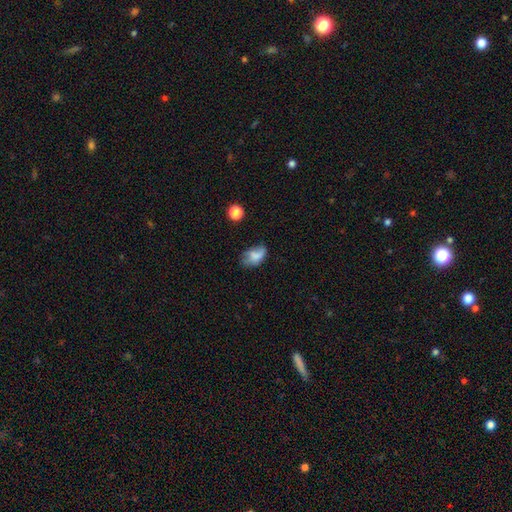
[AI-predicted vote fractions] smooth 64%, featured or disk 25%, star or artifact 11%. Down the decision tree: how rounded — in between (85%); merging — none (38%).